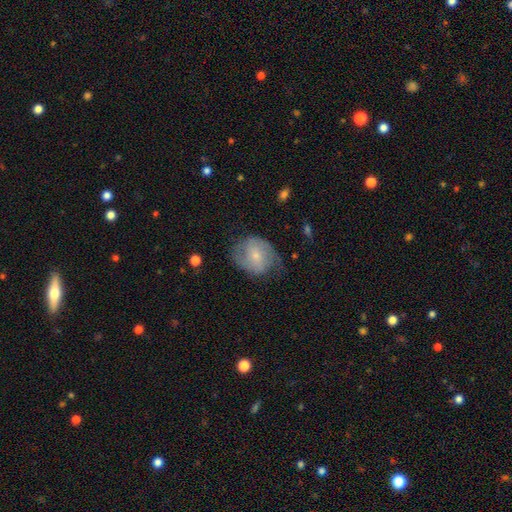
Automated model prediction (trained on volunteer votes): Overall: featured or disk (60%; smooth 33%). Edge-on disk: no (97%). Bar: no (51%; weak 38%). Spiral arms: yes (85%). Bulge size: small (65%; moderate 27%). Merging: none (58%; minor disturbance 26%).